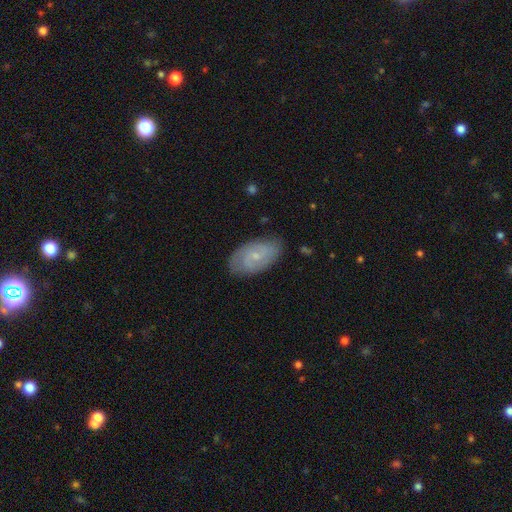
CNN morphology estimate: featured or disk 59%, smooth 34%, star or artifact 7%. Down the decision tree: edge-on disk — no (95%); bar — no (56%); spiral arms — yes (84%); bulge size — small (74%); merging — none (78%).